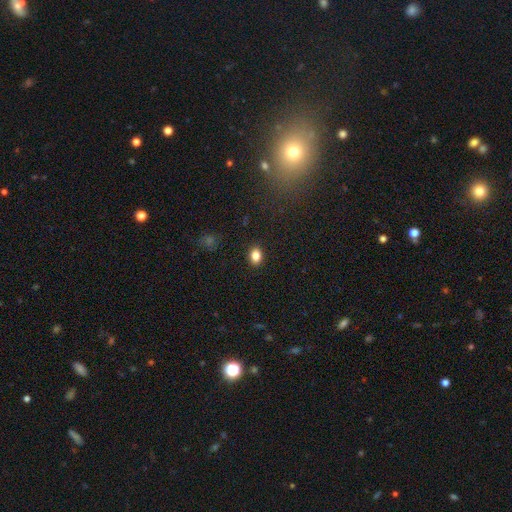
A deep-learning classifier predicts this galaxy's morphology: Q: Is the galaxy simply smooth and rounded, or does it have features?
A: smooth — 84%.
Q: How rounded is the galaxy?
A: in between — 64%.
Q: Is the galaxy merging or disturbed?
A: none — 89%.